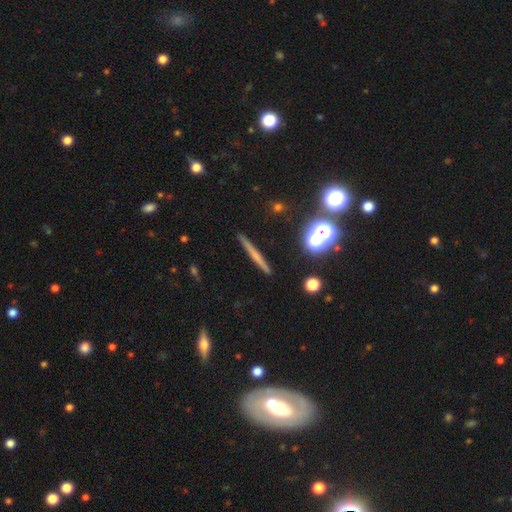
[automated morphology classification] smooth_or_featured: featured or disk (p=0.46) [alt: smooth p=0.39]
merging: none (p=0.90) [alt: minor disturbance p=0.06]